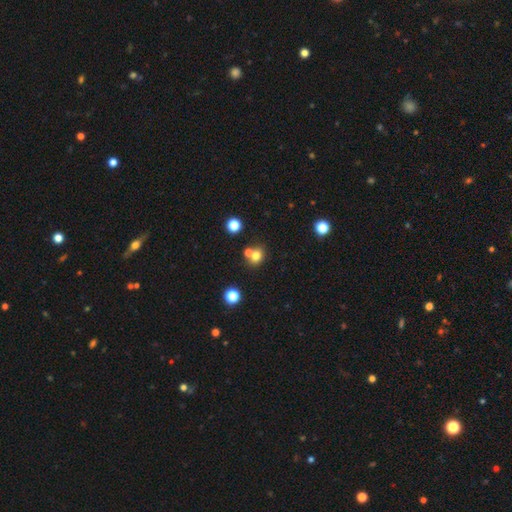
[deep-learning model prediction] smooth-or-featured: smooth: 74% | star or artifact: 15% | featured or disk: 11%
  how-rounded: round: 63% | in between: 36% | cigar-shaped: 1%
  merging: none: 56% | merger: 32% | minor disturbance: 9% | major disturbance: 3%